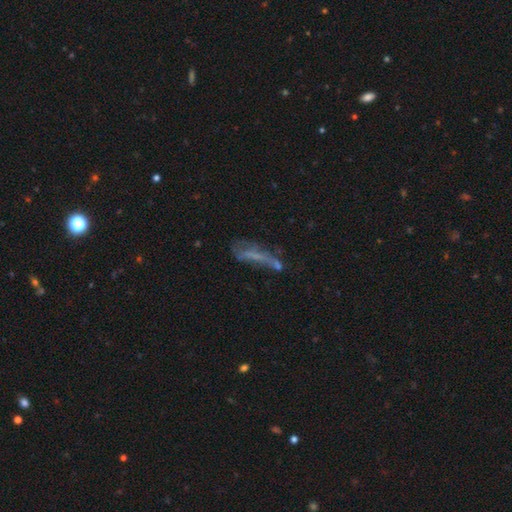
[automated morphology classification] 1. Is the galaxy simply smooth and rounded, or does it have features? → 45% featured or disk, 38% smooth, 18% star or artifact.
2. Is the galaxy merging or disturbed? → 32% none, 30% major disturbance, 21% minor disturbance, 16% merger.